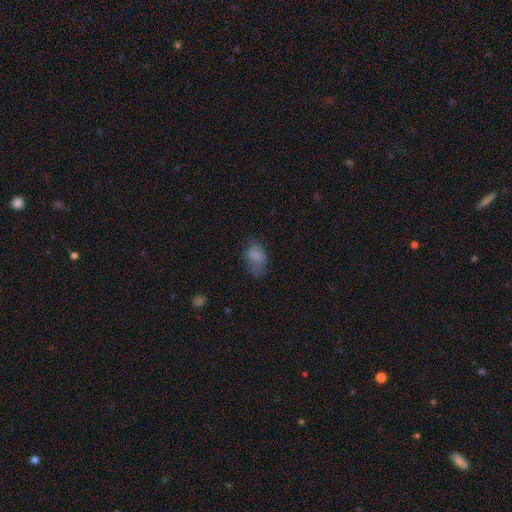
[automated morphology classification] smooth-or-featured: smooth: 76% | featured or disk: 13% | star or artifact: 12%
  how-rounded: in between: 79% | round: 20% | cigar-shaped: 1%
  merging: none: 38% | minor disturbance: 32% | major disturbance: 27% | merger: 3%